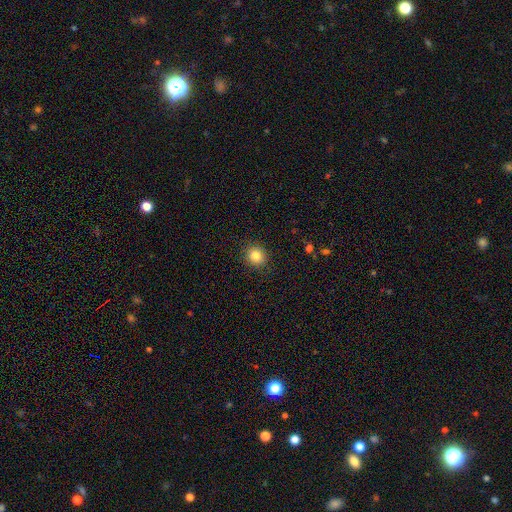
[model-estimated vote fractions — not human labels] A smooth galaxy with no disk features (83%) that is round (86%).

Vote fractions:
- Smooth or featured? smooth: 83% / star or artifact: 11% / featured or disk: 6%
- How rounded? round: 86% / in between: 13% / cigar-shaped: 1%
- Merging? none: 90% / minor disturbance: 7% / major disturbance: 2% / merger: 1%